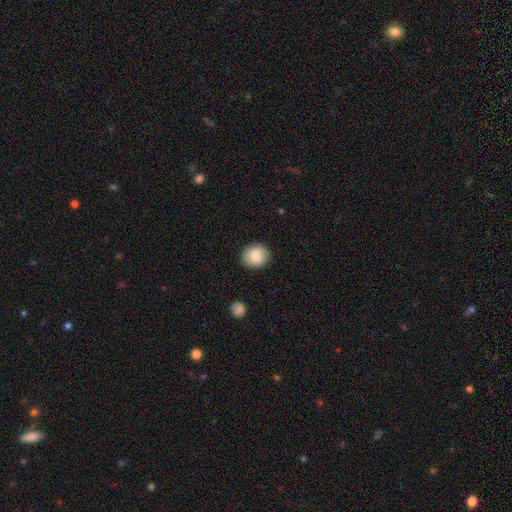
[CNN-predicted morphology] type=smooth (80%); roundness=round (76%); merging=none (88%).